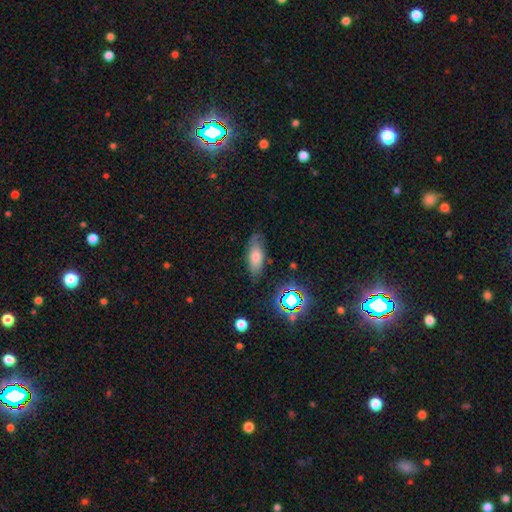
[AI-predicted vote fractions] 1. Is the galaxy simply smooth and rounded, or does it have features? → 58% smooth, 23% featured or disk, 19% star or artifact.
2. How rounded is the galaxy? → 68% in between, 27% cigar-shaped, 5% round.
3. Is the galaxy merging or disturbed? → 77% none, 17% minor disturbance, 4% major disturbance, 2% merger.